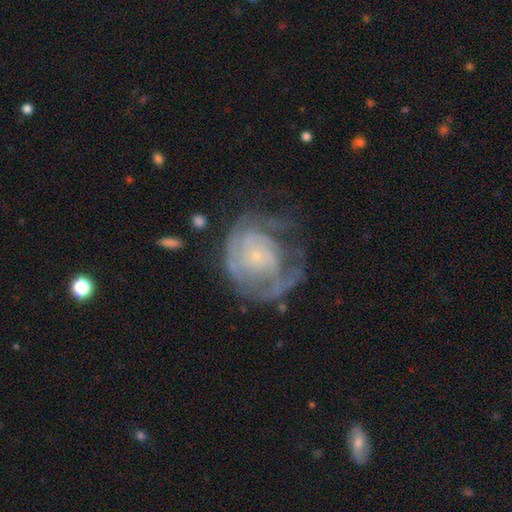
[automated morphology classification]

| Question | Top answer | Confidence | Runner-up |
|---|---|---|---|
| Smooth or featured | featured or disk | 77% | smooth (16%) |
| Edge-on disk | no | 98% | yes (2%) |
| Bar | no | 78% | weak (18%) |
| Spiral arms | yes | 82% | no (18%) |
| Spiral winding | tight | 59% | medium (29%) |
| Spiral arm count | can't tell | 46% | 2 (19%) |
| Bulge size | small | 81% | moderate (10%) |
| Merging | none | 46% | major disturbance (29%) |